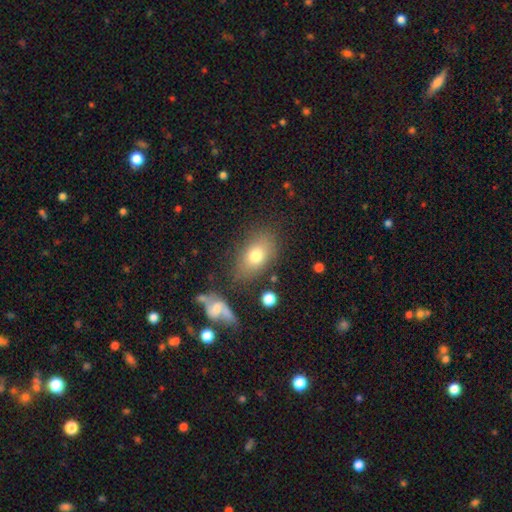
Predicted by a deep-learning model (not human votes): smooth-or-featured: smooth: 73% | featured or disk: 17% | star or artifact: 10%
  how-rounded: in between: 83% | round: 15% | cigar-shaped: 2%
  merging: none: 72% | minor disturbance: 16% | major disturbance: 6% | merger: 6%